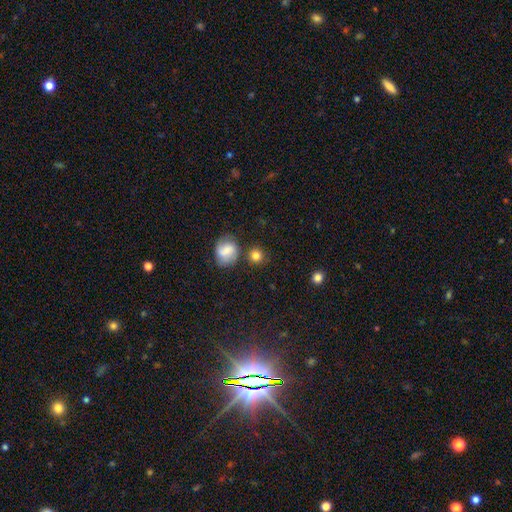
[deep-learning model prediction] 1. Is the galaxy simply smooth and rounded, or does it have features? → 82% smooth, 9% star or artifact, 9% featured or disk.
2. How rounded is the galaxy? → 87% round, 12% in between, 1% cigar-shaped.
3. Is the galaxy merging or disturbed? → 75% none, 12% minor disturbance, 9% merger, 4% major disturbance.